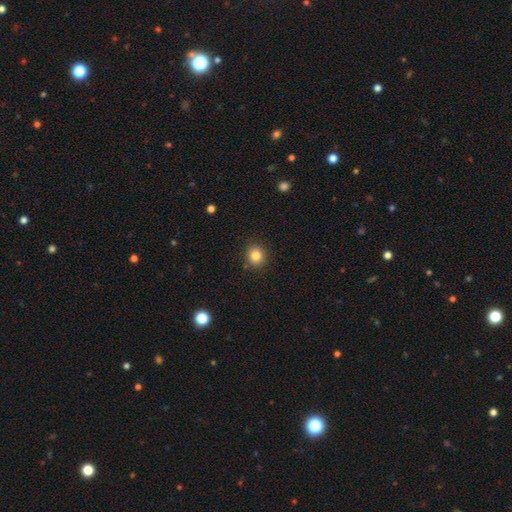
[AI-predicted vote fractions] smooth-or-featured: smooth: 83% | star or artifact: 11% | featured or disk: 6%
  how-rounded: round: 85% | in between: 15% | cigar-shaped: 1%
  merging: none: 89% | minor disturbance: 7% | major disturbance: 2% | merger: 2%